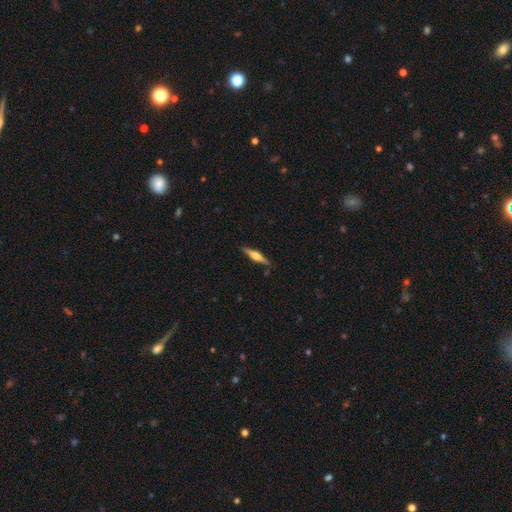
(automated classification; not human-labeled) A featured or disk galaxy (67%) viewed edge-on (98%) with a rounded central bulge (87%). Merging: none (89%).